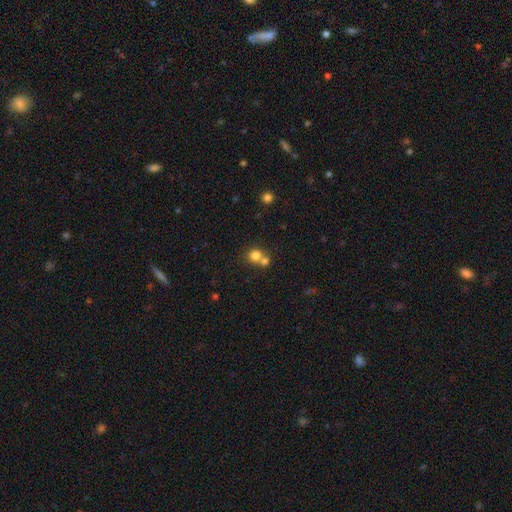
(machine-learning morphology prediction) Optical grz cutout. It shows a smooth galaxy with no disk features (78%) that is round (85%). Merging: none (46%).